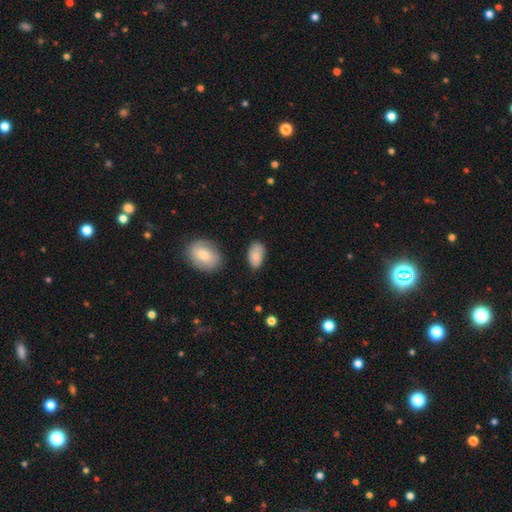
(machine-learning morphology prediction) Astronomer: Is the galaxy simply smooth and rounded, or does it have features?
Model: smooth — 80%.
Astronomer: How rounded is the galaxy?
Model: in between — 93%.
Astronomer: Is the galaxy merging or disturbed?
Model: none — 75%.